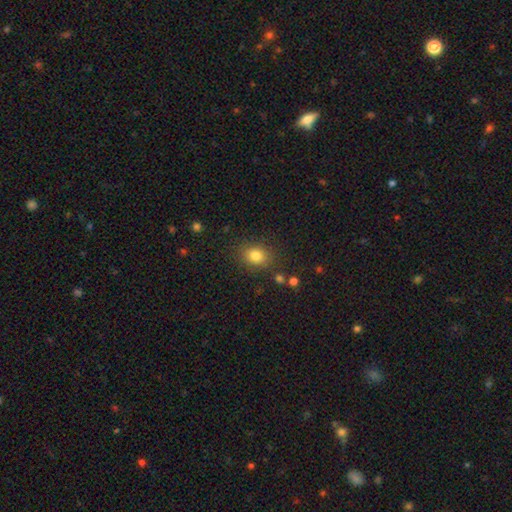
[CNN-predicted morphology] The model was most divided on "how rounded": in between: 50%, round: 49%, cigar-shaped: 1%. More confident: merging — none (83%); smooth or featured — smooth (82%).